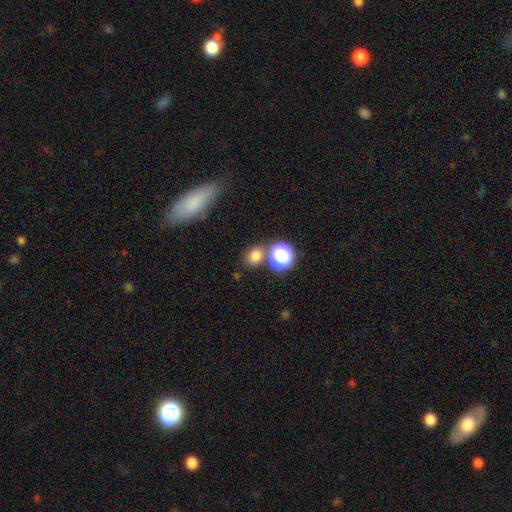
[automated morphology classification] type=smooth (76%); roundness=round (63%); merging=none (70%).